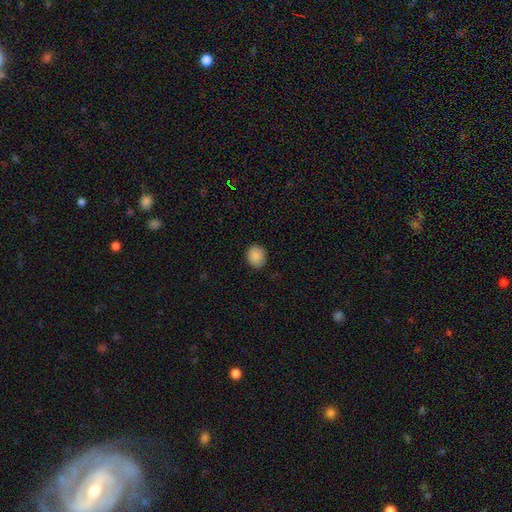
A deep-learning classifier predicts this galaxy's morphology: A smooth galaxy with no disk features (88%) that is round (75%).

Vote fractions:
- Smooth or featured? smooth: 88% / star or artifact: 8% / featured or disk: 3%
- How rounded? round: 75% / in between: 24% / cigar-shaped: 1%
- Merging? none: 89% / minor disturbance: 8% / major disturbance: 2% / merger: 1%